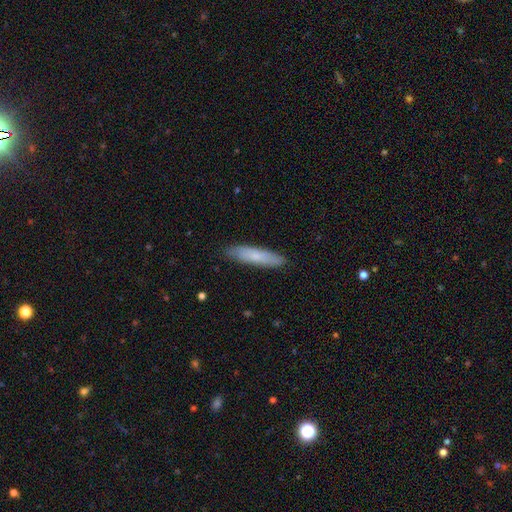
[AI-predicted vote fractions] smooth-or-featured: smooth: 71% | featured or disk: 23% | star or artifact: 6%
  how-rounded: cigar-shaped: 83% | in between: 15% | round: 1%
  merging: none: 88% | minor disturbance: 9% | major disturbance: 2% | merger: 1%